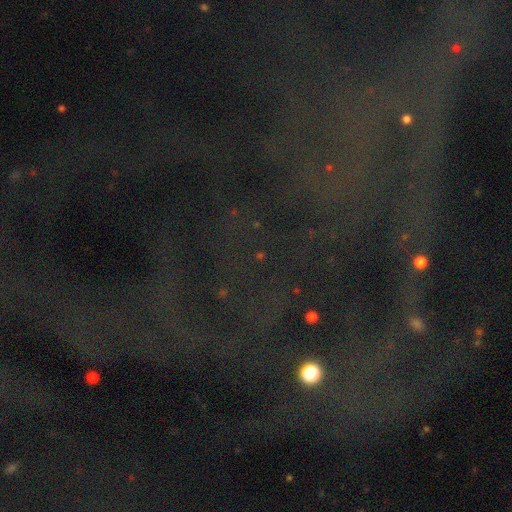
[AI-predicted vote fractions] smooth-or-featured: star or artifact: 80% | featured or disk: 11% | smooth: 9%